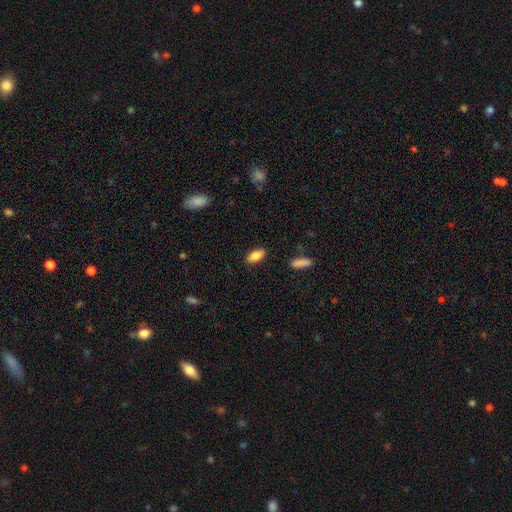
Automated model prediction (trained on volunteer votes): smooth-or-featured: smooth: 86% | star or artifact: 7% | featured or disk: 7%
  how-rounded: in between: 89% | cigar-shaped: 8% | round: 3%
  merging: none: 87% | minor disturbance: 9% | major disturbance: 2% | merger: 1%